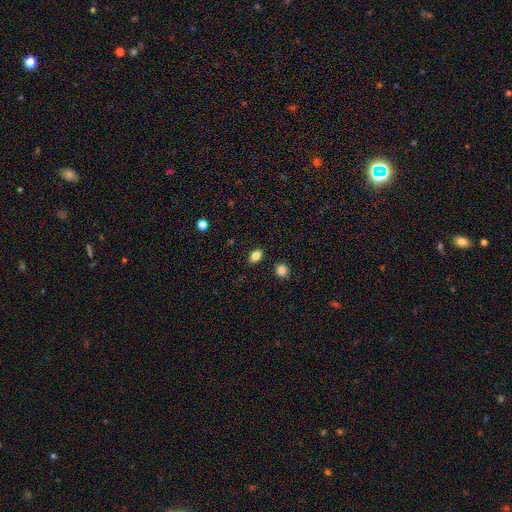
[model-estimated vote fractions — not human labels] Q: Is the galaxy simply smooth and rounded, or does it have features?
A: smooth — 83%.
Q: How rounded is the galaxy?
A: in between — 83%.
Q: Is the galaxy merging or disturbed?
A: none — 87%.